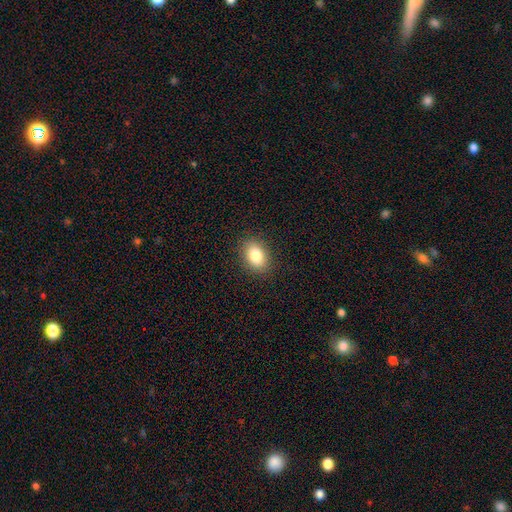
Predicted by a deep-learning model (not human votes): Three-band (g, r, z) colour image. It shows a smooth galaxy with no disk features (84%) that is in between round and cigar-shaped (84%). Merging: none (88%).